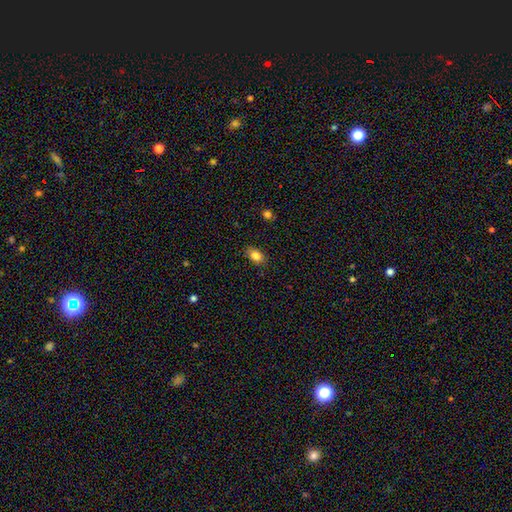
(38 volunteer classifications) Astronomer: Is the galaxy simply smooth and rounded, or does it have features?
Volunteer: smooth — 84%.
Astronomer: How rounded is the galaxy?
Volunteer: in between — 84%.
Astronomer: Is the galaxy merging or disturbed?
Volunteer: none — 89%.